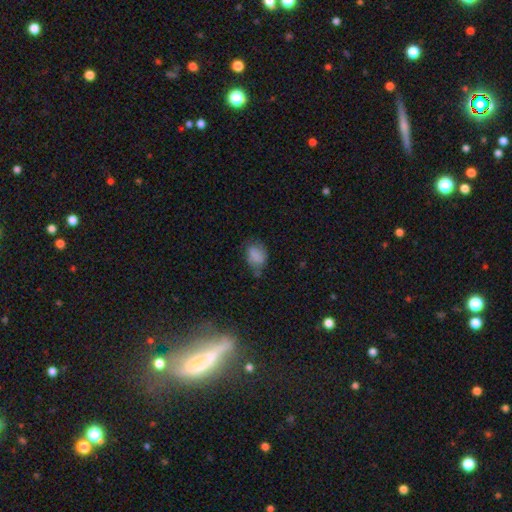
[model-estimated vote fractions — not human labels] A smooth galaxy with no disk features (77%) that is in between round and cigar-shaped (70%). Merging: none (45%).